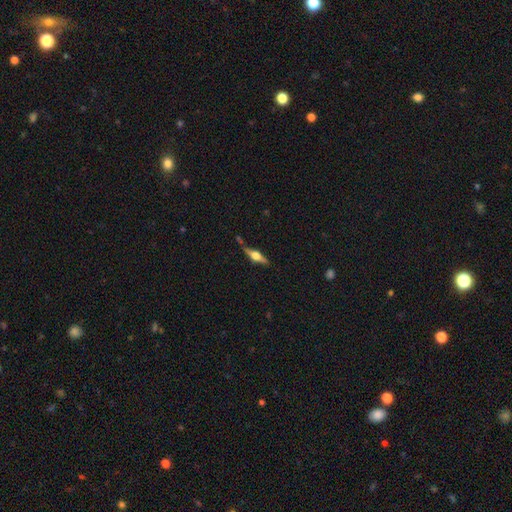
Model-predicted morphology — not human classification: featured or disk 68%, smooth 25%, star or artifact 7%. Down the decision tree: edge-on disk — yes (95%); edge-on bulge — rounded (92%); merging — none (73%).